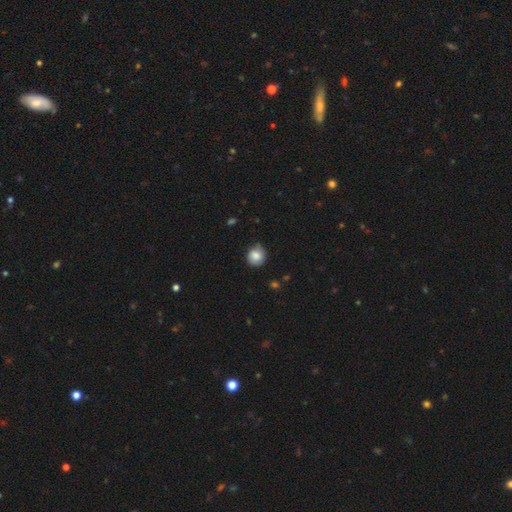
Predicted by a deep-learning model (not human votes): Q: Smooth or featured?
A: smooth (80%); runner-up: featured or disk (12%)
Q: How rounded?
A: round (86%); runner-up: in between (13%)
Q: Merging?
A: none (75%); runner-up: minor disturbance (20%)